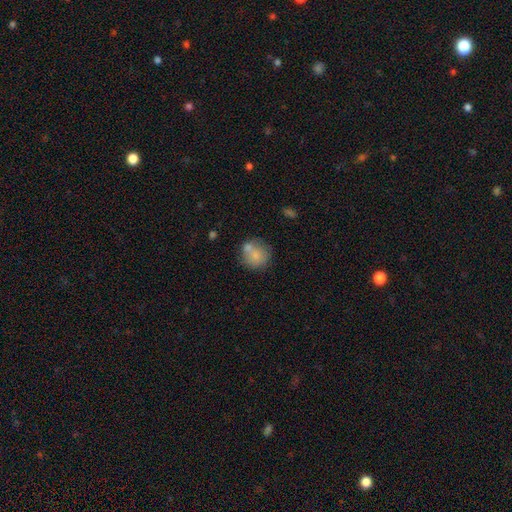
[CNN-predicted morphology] smooth_or_featured: smooth (p=0.75) [alt: featured or disk p=0.16]
how_rounded: round (p=0.85) [alt: in between p=0.14]
merging: none (p=0.50) [alt: merger p=0.30]